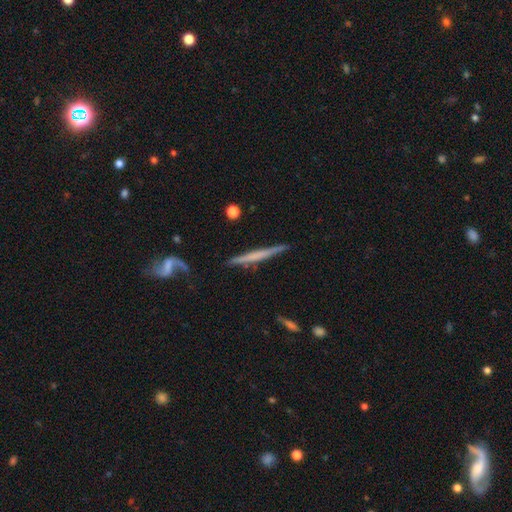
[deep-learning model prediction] smooth-or-featured: featured or disk: 64% | smooth: 30% | star or artifact: 6%
  disk-edge-on: yes: 94% | no: 6%
    edge-on-bulge: none: 70% | rounded: 18% | boxy: 12%
  merging: none: 81% | minor disturbance: 13% | major disturbance: 4% | merger: 3%